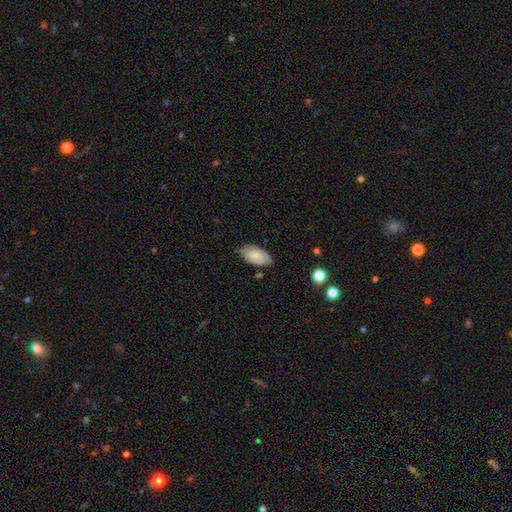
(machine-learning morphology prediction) Overall: smooth (69%). How rounded: in between (94%). Merging: none (69%).